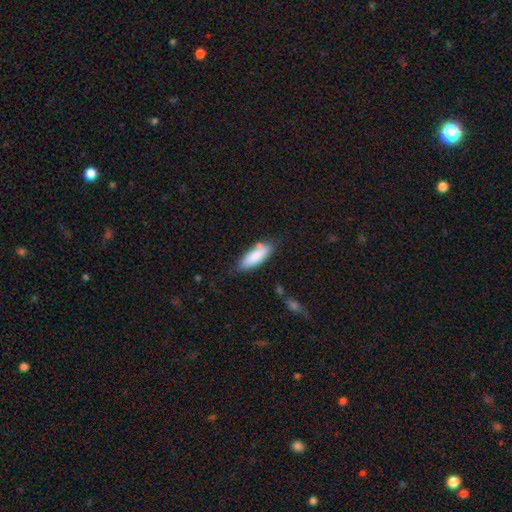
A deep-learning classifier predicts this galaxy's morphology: smooth 85%, featured or disk 9%, star or artifact 6%. Down the decision tree: how rounded — in between (64%); merging — none (70%).